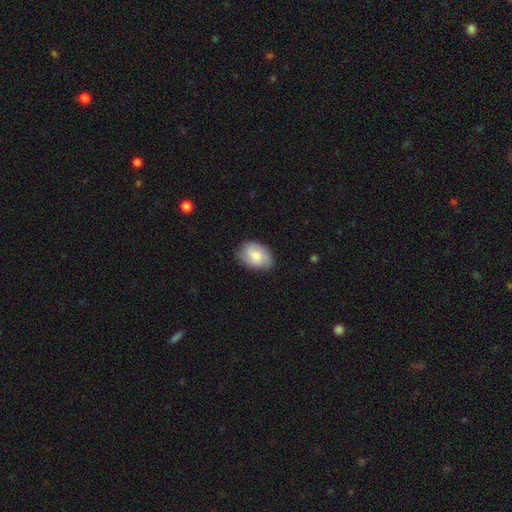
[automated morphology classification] Smooth or featured: smooth — 67% (featured or disk — 27%)
How rounded: in between — 76% (round — 23%)
Merging: none — 76% (minor disturbance — 19%)